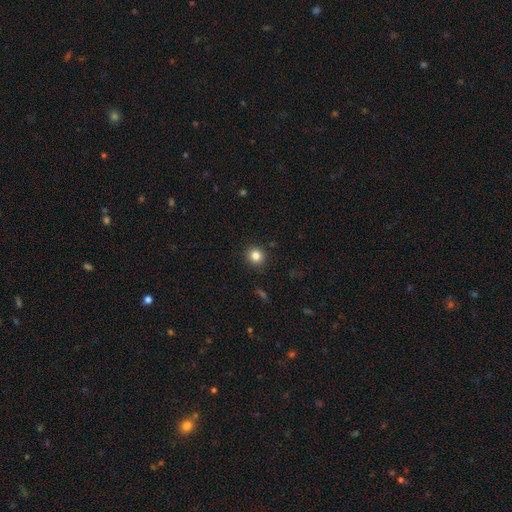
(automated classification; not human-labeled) smooth_or_featured: smooth (p=0.83) [alt: star or artifact p=0.11]
how_rounded: round (p=0.89) [alt: in between p=0.10]
merging: none (p=0.90) [alt: minor disturbance p=0.06]